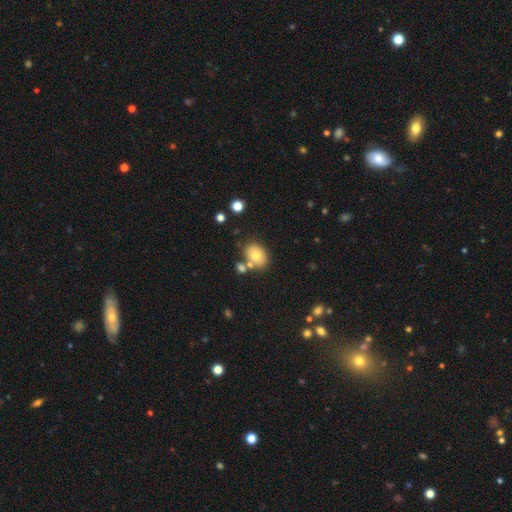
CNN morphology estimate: Smooth or featured?
  - smooth: 77% *
  - featured or disk: 14%
  - star or artifact: 9%
How rounded?
  - in between: 67% *
  - round: 32%
  - cigar-shaped: 1%
Merging?
  - none: 66% *
  - merger: 17%
  - minor disturbance: 13%
  - major disturbance: 4%